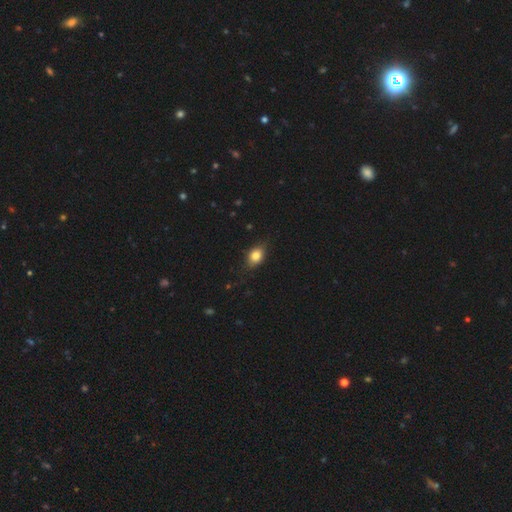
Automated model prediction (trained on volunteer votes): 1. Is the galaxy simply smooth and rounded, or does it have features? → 80% smooth, 11% featured or disk, 9% star or artifact.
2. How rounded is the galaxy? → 71% in between, 26% round, 3% cigar-shaped.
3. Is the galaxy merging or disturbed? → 77% none, 19% minor disturbance, 4% major disturbance, 1% merger.